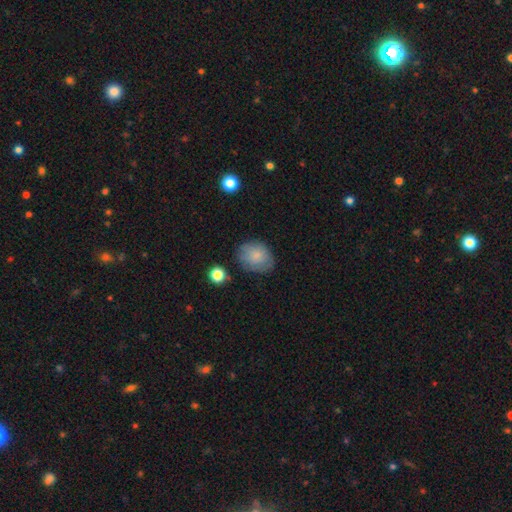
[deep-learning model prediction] Smooth or featured? smooth (80%)
How rounded? in between (55%)
Merging? none (72%)